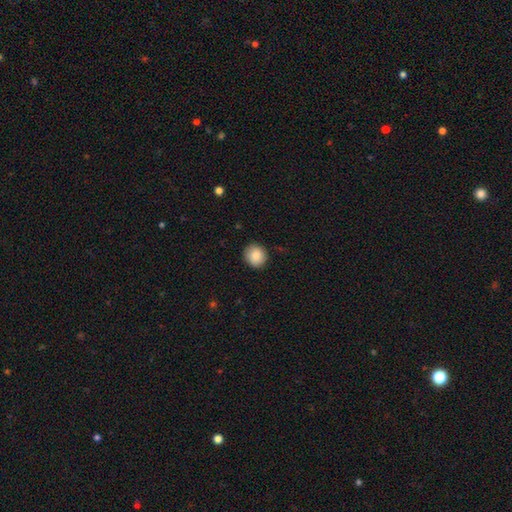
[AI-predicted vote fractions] smooth_or_featured: smooth (p=0.87) [alt: star or artifact p=0.07]
how_rounded: round (p=0.85) [alt: in between p=0.14]
merging: none (p=0.89) [alt: minor disturbance p=0.08]